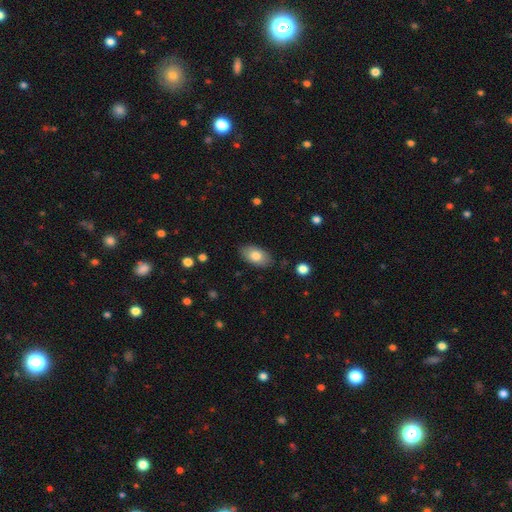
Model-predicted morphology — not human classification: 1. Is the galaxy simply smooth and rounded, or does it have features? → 79% smooth, 14% featured or disk, 7% star or artifact.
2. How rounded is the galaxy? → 92% in between, 6% round, 2% cigar-shaped.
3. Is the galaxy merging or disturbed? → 84% none, 12% minor disturbance, 3% major disturbance, 1% merger.